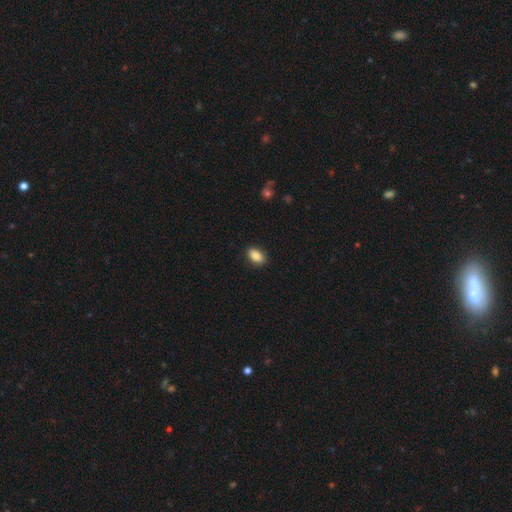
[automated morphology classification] Overall: smooth (85%). How rounded: in between (88%). Merging: none (87%).